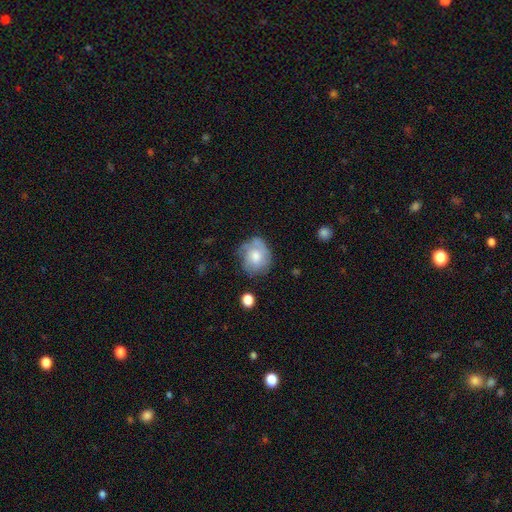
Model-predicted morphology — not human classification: The model was most divided on "smooth or featured": smooth: 55%, featured or disk: 37%, star or artifact: 8%. More confident: how rounded — round (67%); merging — none (58%).